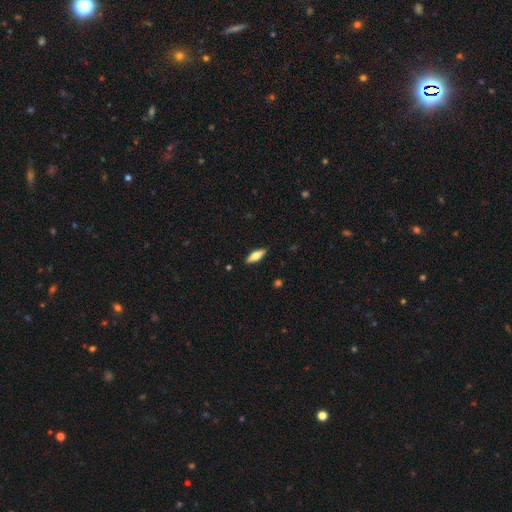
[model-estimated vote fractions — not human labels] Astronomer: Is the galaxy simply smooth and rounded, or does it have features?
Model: smooth — 60%.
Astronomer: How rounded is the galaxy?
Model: in between — 59% (runner-up: cigar-shaped, 38%).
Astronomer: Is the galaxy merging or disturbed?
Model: none — 89%.